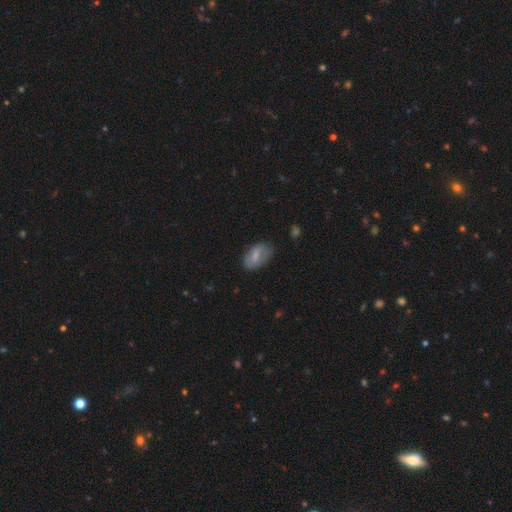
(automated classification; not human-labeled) Morphology: type=smooth (68%); roundness=in between (92%); merging=none (66%).